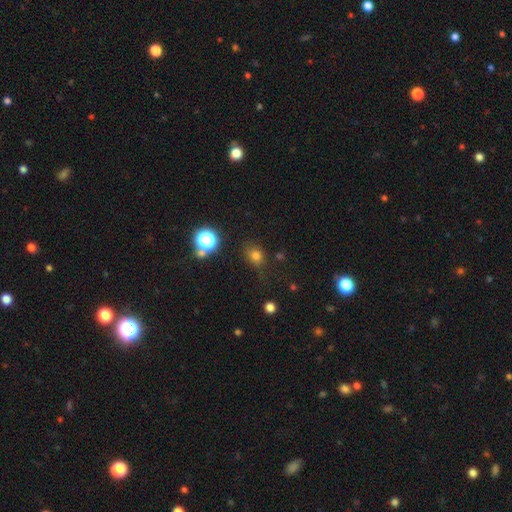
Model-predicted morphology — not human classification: Smooth or featured: smooth — 73% (star or artifact — 20%)
How rounded: round — 65% (in between — 34%)
Merging: none — 72% (minor disturbance — 18%)